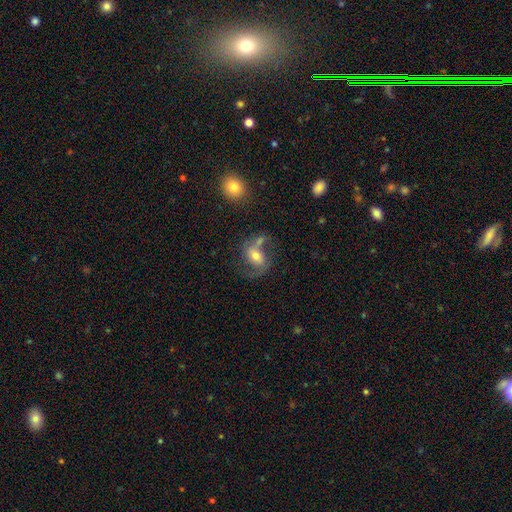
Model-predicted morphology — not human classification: Q: Smooth or featured?
A: featured or disk (64%); runner-up: smooth (27%)
Q: Edge-on disk?
A: no (96%); runner-up: yes (4%)
Q: Bar?
A: weak (40%); runner-up: no (37%)
Q: Spiral arms?
A: yes (85%); runner-up: no (15%)
Q: Spiral winding?
A: loose (49%); runner-up: medium (41%)
Q: Spiral arm count?
A: 2 (83%); runner-up: 1 (9%)
Q: Bulge size?
A: moderate (64%); runner-up: small (23%)
Q: Merging?
A: none (45%); runner-up: merger (19%)